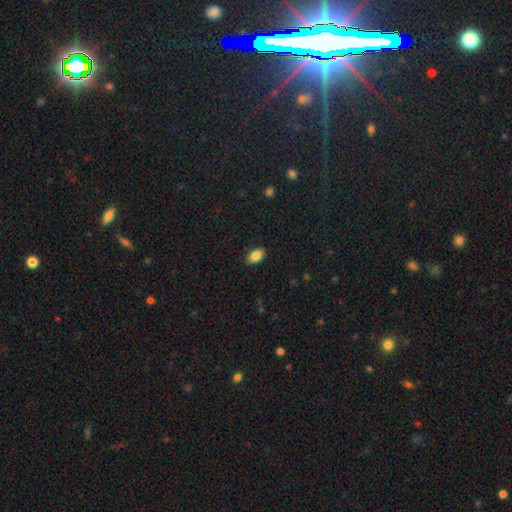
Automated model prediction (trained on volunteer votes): smooth 85%, star or artifact 8%, featured or disk 7%. Down the decision tree: how rounded — in between (92%); merging — none (87%).